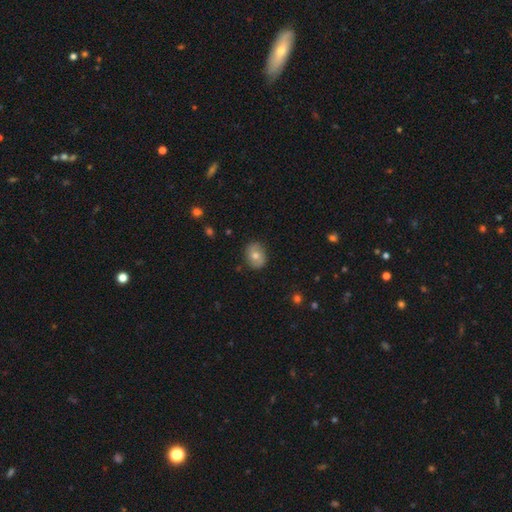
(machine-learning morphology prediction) Smooth or featured? smooth (70%)
How rounded? in between (50%)
Merging? none (85%)